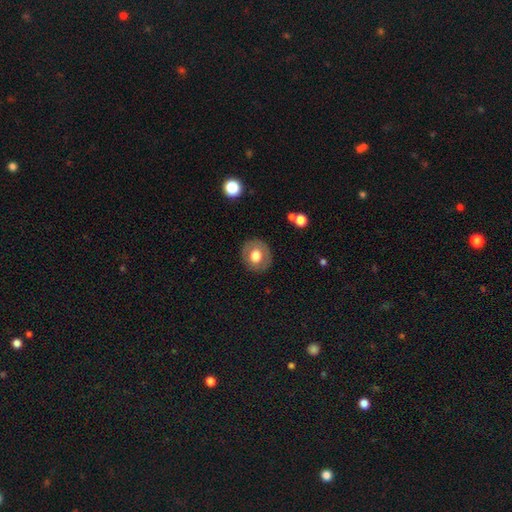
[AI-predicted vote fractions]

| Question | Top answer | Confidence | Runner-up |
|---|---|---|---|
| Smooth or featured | smooth | 66% | featured or disk (27%) |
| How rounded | round | 81% | in between (18%) |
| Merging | none | 86% | minor disturbance (9%) |